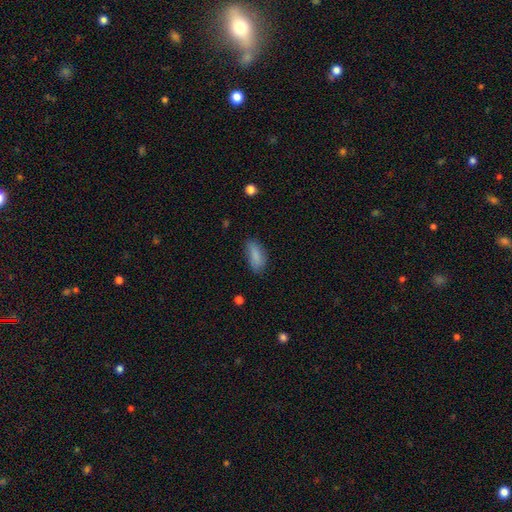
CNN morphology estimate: Smooth or featured: smooth — 86% (featured or disk — 7%)
How rounded: in between — 84% (cigar-shaped — 14%)
Merging: none — 73% (minor disturbance — 20%)